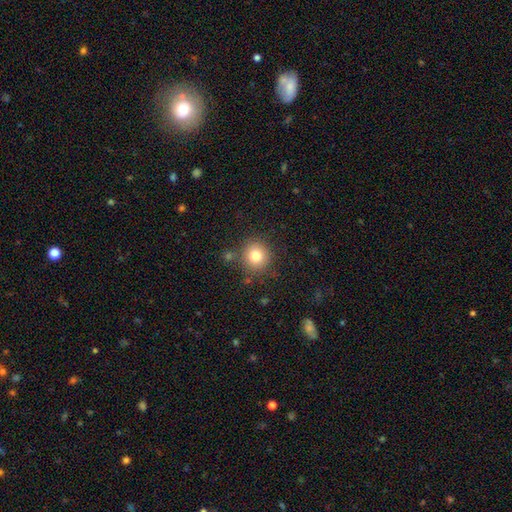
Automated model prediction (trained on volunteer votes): This appears to be a smooth galaxy with no disk features (80%) that is round (91%). Merging: none (83%).